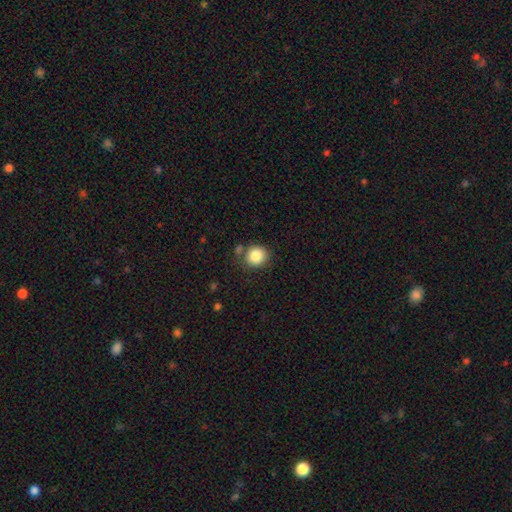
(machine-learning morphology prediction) type=smooth (86%); roundness=round (84%); merging=none (74%).